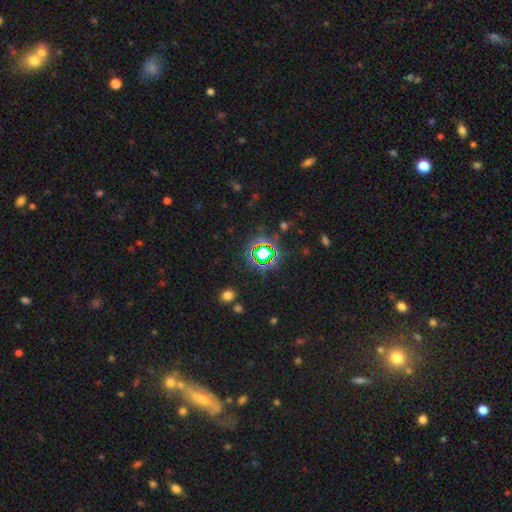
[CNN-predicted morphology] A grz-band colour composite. It shows a star or artifact, not a galaxy (74%).